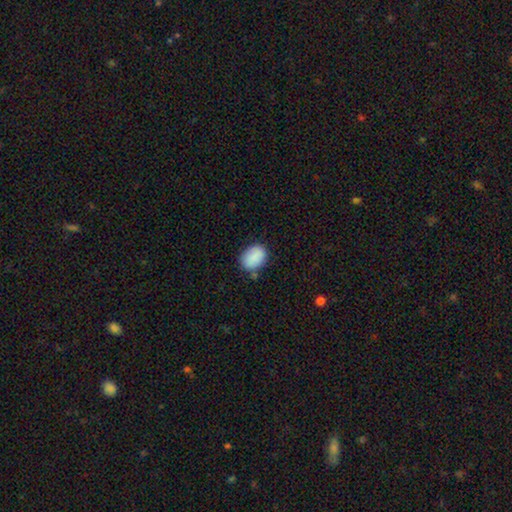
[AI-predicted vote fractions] A smooth galaxy with no disk features (88%) that is in between round and cigar-shaped (73%).

Vote fractions:
- Smooth or featured? smooth: 88% / star or artifact: 7% / featured or disk: 5%
- How rounded? in between: 73% / round: 26% / cigar-shaped: 1%
- Merging? none: 73% / minor disturbance: 18% / merger: 4% / major disturbance: 4%